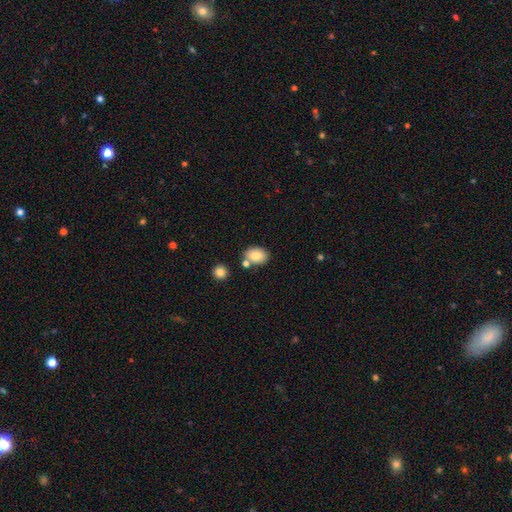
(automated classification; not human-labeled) Q: Smooth or featured?
A: smooth (82%); runner-up: featured or disk (10%)
Q: How rounded?
A: in between (74%); runner-up: round (25%)
Q: Merging?
A: none (69%); runner-up: merger (15%)